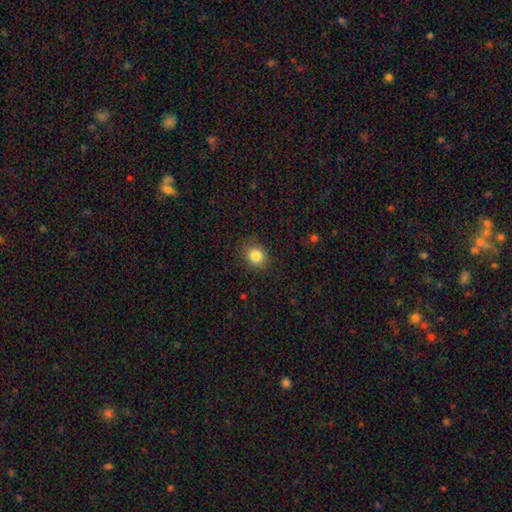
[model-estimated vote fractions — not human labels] smooth_or_featured: smooth (p=0.85) [alt: star or artifact p=0.10]
how_rounded: round (p=0.68) [alt: in between p=0.31]
merging: none (p=0.85) [alt: minor disturbance p=0.11]